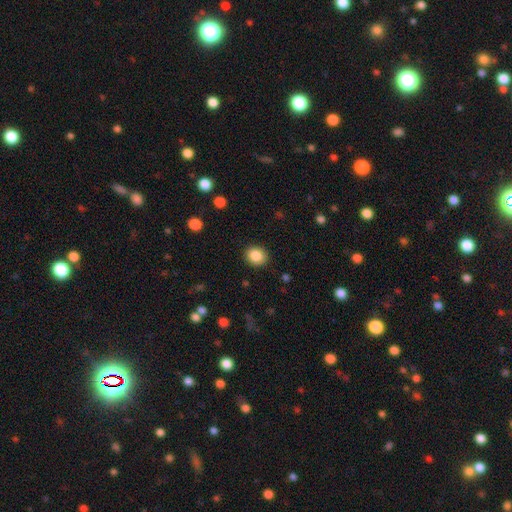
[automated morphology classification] This appears to be a smooth galaxy with no disk features (87%) that is round (70%). Merging: none (90%).